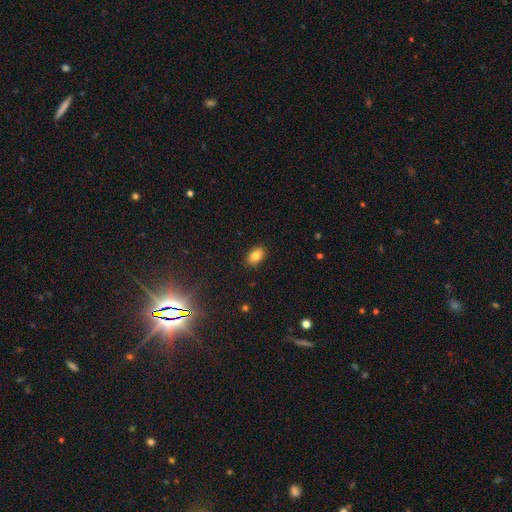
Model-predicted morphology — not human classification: Smooth or featured?
  - smooth: 82% *
  - star or artifact: 9%
  - featured or disk: 9%
How rounded?
  - in between: 87% *
  - round: 12%
  - cigar-shaped: 1%
Merging?
  - none: 88% *
  - minor disturbance: 9%
  - major disturbance: 2%
  - merger: 1%